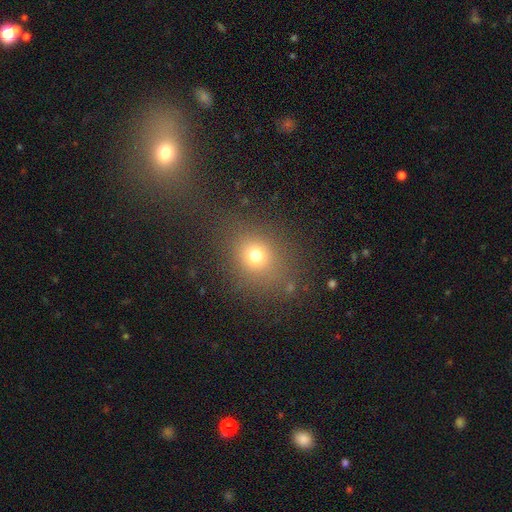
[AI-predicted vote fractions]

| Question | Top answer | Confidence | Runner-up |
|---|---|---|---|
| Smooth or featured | smooth | 71% | star or artifact (19%) |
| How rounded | round | 67% | in between (31%) |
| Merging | none | 80% | minor disturbance (11%) |